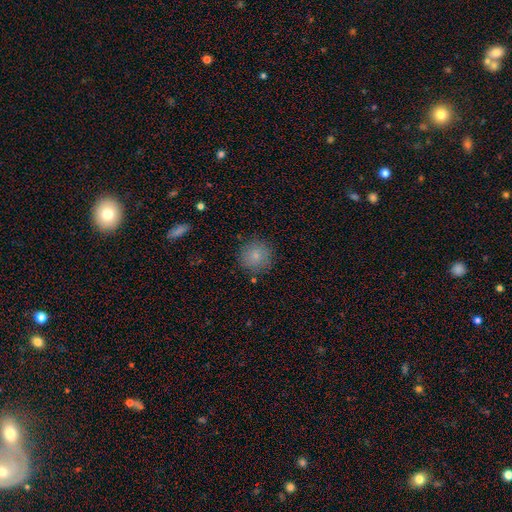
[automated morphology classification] smooth-or-featured: smooth: 81% | star or artifact: 10% | featured or disk: 8%
  how-rounded: round: 94% | in between: 6% | cigar-shaped: 1%
  merging: none: 86% | minor disturbance: 9% | major disturbance: 3% | merger: 2%